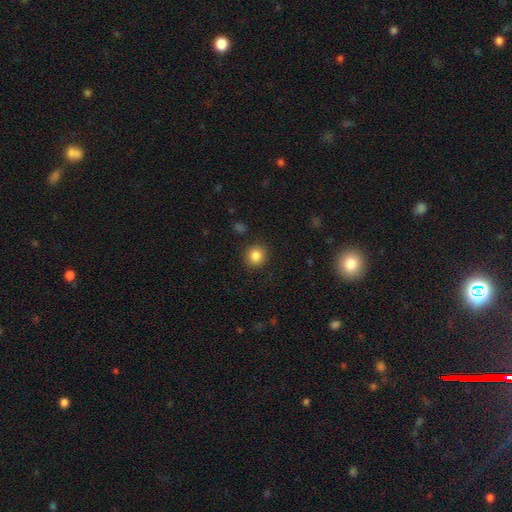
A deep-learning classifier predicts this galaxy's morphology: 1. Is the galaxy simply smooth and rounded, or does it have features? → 85% smooth, 10% star or artifact, 5% featured or disk.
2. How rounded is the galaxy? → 87% round, 13% in between, 1% cigar-shaped.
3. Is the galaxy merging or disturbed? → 90% none, 7% minor disturbance, 2% major disturbance, 1% merger.